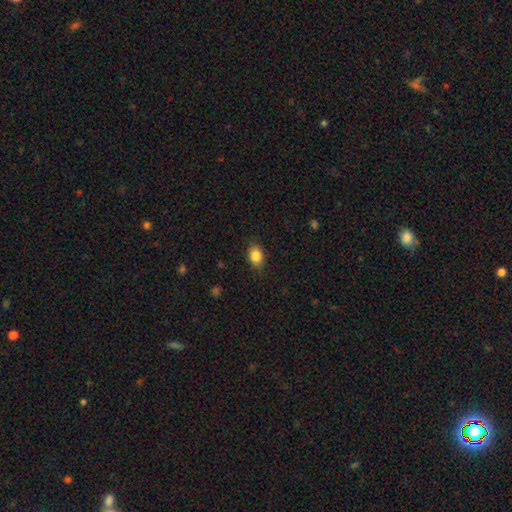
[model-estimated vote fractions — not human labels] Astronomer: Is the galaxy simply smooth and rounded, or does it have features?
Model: smooth — 85%.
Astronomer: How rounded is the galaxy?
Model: in between — 68%.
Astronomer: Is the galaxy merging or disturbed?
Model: none — 85%.